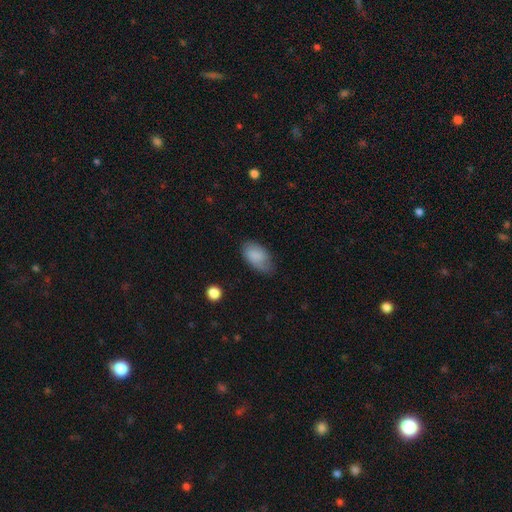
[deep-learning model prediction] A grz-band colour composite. It shows a smooth galaxy with no disk features (81%) that is in between round and cigar-shaped (94%). Merging: none (65%).